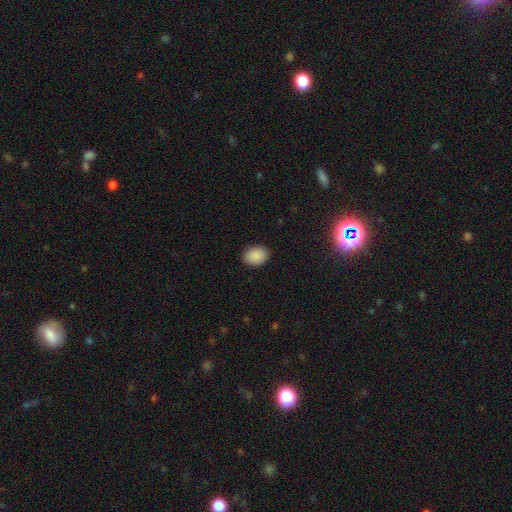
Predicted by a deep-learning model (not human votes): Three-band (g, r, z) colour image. It shows a smooth galaxy with no disk features (89%) that is in between round and cigar-shaped (66%). Merging: none (88%).